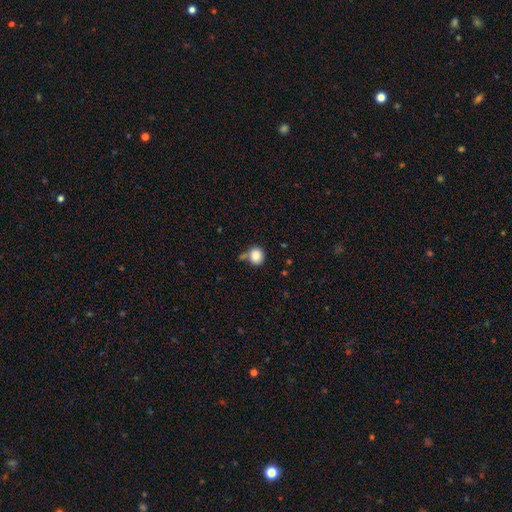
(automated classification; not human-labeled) Morphology: type=smooth (86%); roundness=round (78%); merging=none (62%).